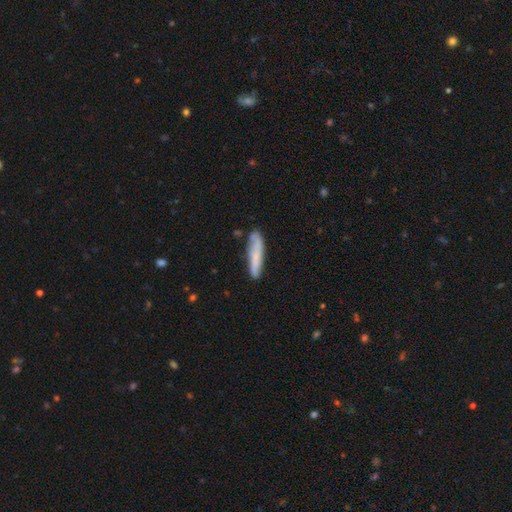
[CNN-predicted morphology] Smooth or featured? smooth (64%)
How rounded? cigar-shaped (84%)
Merging? none (72%)